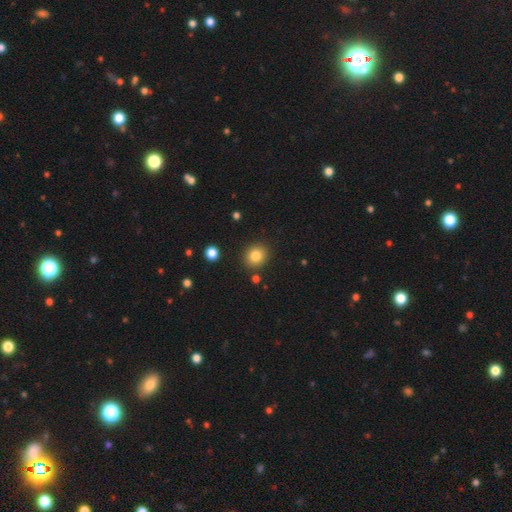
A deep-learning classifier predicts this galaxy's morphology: Smooth or featured? smooth (83%)
How rounded? round (79%)
Merging? none (87%)